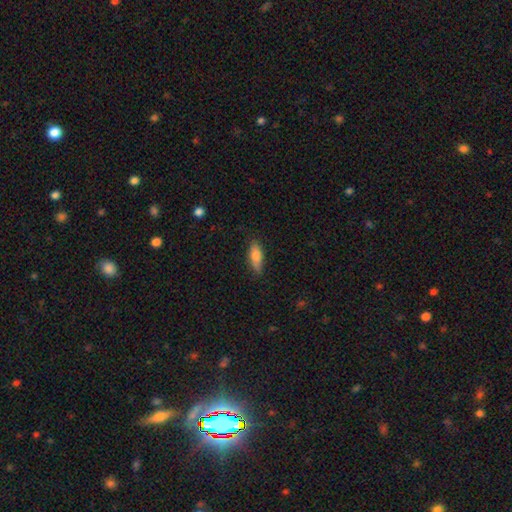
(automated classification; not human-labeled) Smooth or featured: smooth — 78% (featured or disk — 15%)
How rounded: in between — 68% (cigar-shaped — 30%)
Merging: none — 78% (minor disturbance — 17%)